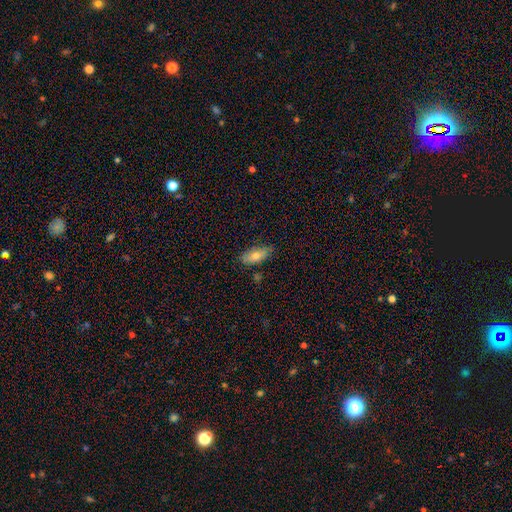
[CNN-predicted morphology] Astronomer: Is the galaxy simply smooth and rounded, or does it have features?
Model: smooth — 73%.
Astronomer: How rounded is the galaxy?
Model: in between — 80%.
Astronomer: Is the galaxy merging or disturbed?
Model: none — 77%.